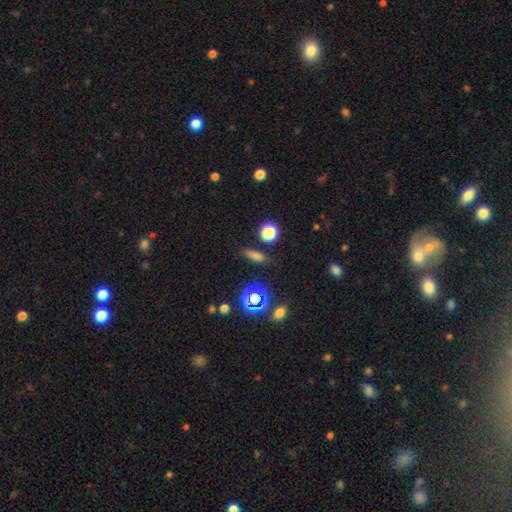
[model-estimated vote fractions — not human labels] smooth 71%, star or artifact 21%, featured or disk 9%. Down the decision tree: how rounded — in between (44%); merging — none (83%).